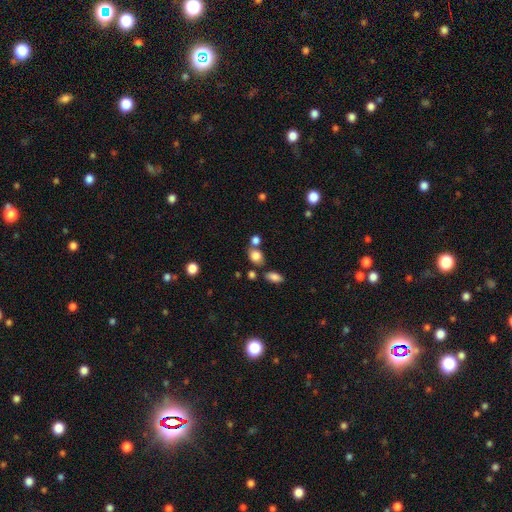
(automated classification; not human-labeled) Q: Smooth or featured?
A: smooth (81%); runner-up: star or artifact (11%)
Q: How rounded?
A: in between (52%); runner-up: round (47%)
Q: Merging?
A: none (57%); runner-up: merger (25%)